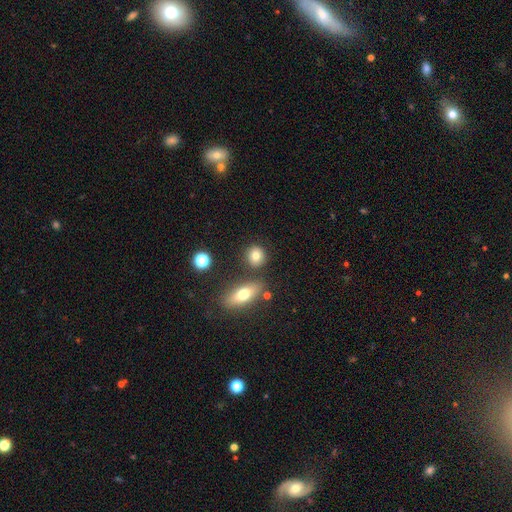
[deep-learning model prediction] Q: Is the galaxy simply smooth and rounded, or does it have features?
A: smooth — 79%.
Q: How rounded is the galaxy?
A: round — 79%.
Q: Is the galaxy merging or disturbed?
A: none — 81%.